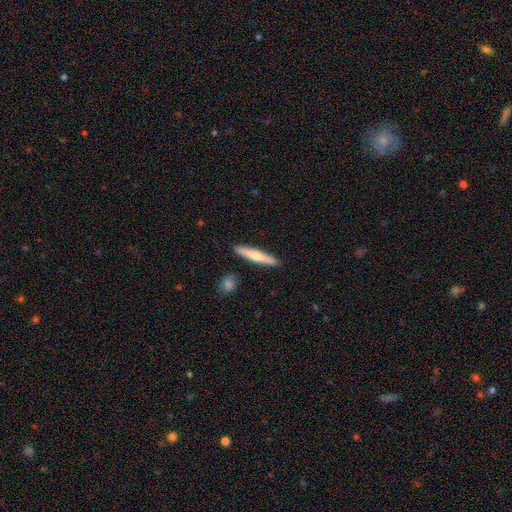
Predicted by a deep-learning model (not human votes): Smooth or featured: smooth — 56% (featured or disk — 38%)
How rounded: cigar-shaped — 91% (in between — 7%)
Merging: none — 89% (minor disturbance — 7%)